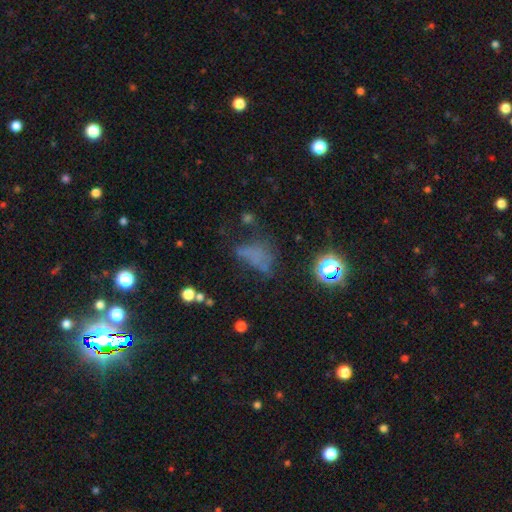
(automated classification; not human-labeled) A smooth galaxy with no disk features (44%).

Vote fractions:
- Smooth or featured? smooth: 44% / star or artifact: 32% / featured or disk: 24%
- Merging? none: 37% / major disturbance: 30% / minor disturbance: 23% / merger: 10%